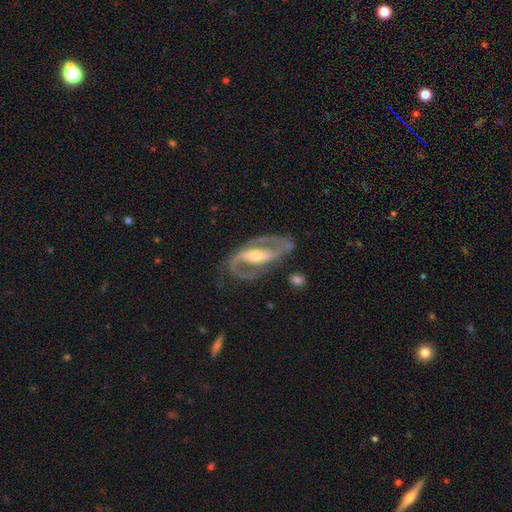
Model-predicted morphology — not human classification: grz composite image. It shows a featured or disk galaxy (90%) with a strong bar (59%), 2 (90%) medium (55%) spiral arms (94%) and a moderate central bulge (57%). Merging: none (74%).